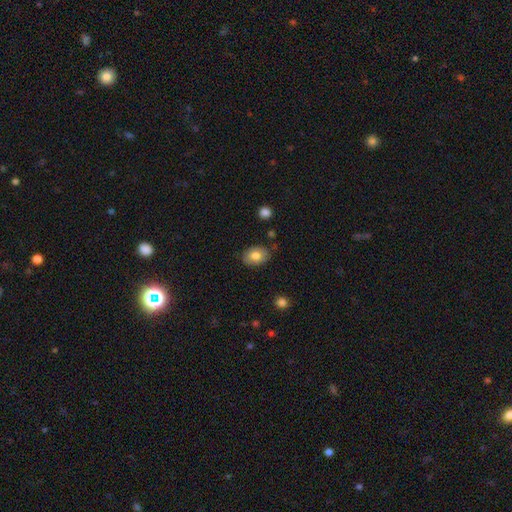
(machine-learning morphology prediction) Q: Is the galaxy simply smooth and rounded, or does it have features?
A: smooth — 78%.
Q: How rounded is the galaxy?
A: in between — 76%.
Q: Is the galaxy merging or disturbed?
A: none — 81%.